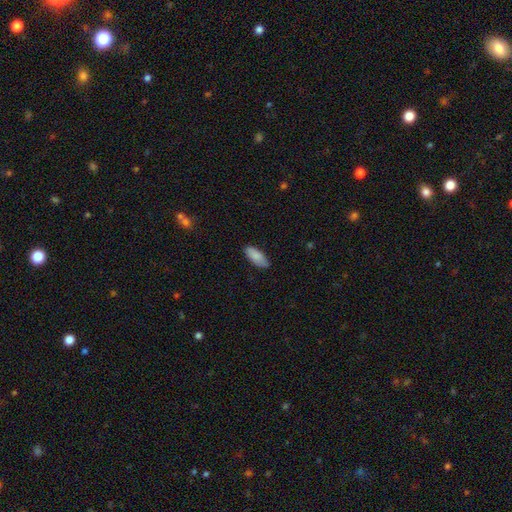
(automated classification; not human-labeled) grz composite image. It shows a smooth galaxy with no disk features (88%) that is in between round and cigar-shaped (81%). Merging: none (84%).